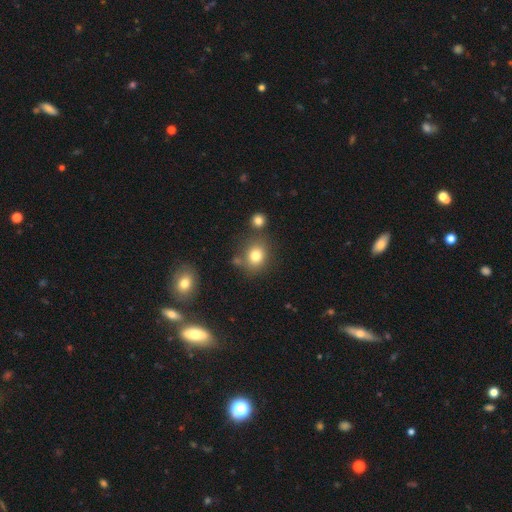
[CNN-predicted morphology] Smooth or featured?
  - smooth: 79% *
  - star or artifact: 12%
  - featured or disk: 9%
How rounded?
  - round: 65% *
  - in between: 34%
  - cigar-shaped: 1%
Merging?
  - none: 71% *
  - minor disturbance: 13%
  - merger: 12%
  - major disturbance: 4%